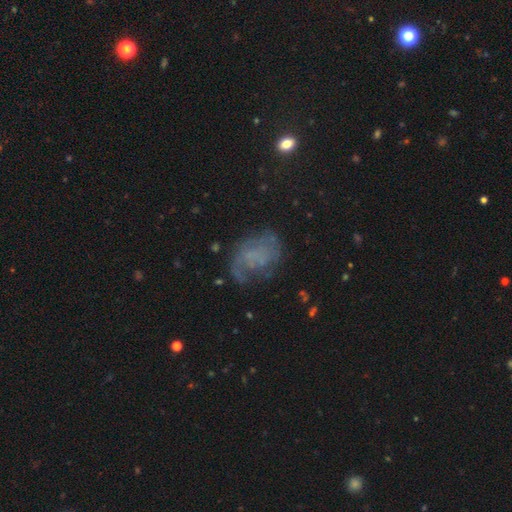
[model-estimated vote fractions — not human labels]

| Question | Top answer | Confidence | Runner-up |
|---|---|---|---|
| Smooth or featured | featured or disk | 60% | smooth (26%) |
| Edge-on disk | no | 98% | yes (2%) |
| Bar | no | 74% | weak (22%) |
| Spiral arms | yes | 78% | no (22%) |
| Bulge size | none | 68% | small (20%) |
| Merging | none | 55% | minor disturbance (22%) |